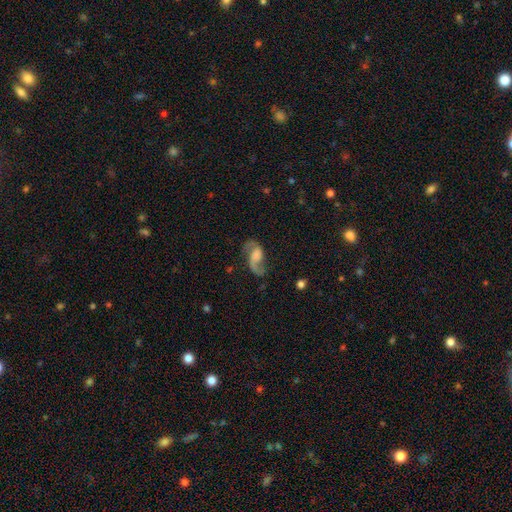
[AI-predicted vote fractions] This appears to be a featured or disk galaxy (82%) with no bar (48%), 2 (87%) loose (57%) spiral arms (95%) and no central bulge (32%). Merging: none (66%).